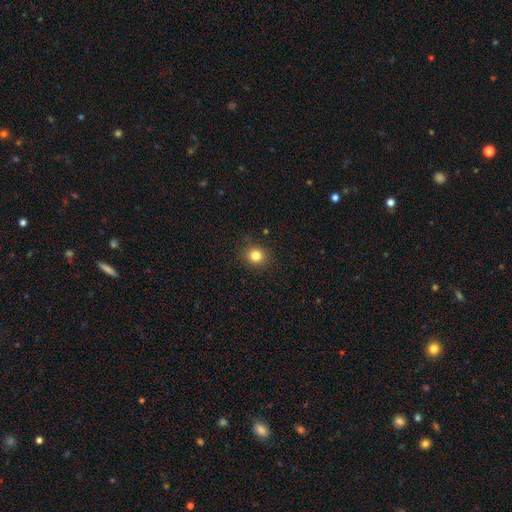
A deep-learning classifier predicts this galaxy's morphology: Smooth or featured? Predicted: smooth (p=0.82). How rounded? Predicted: round (p=0.85). Merging? Predicted: none (p=0.90).